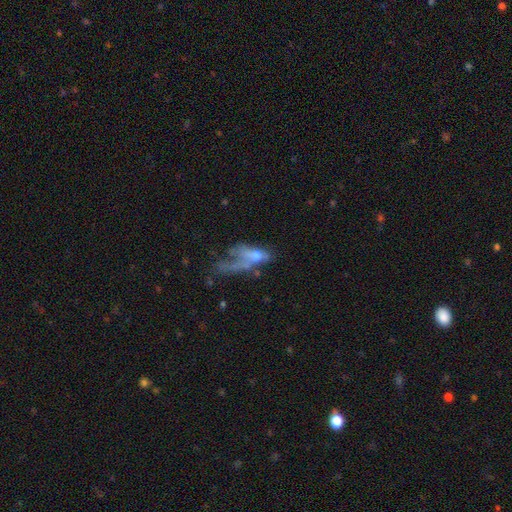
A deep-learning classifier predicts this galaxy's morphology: A featured or disk galaxy (49%).

Vote fractions:
- Smooth or featured? featured or disk: 49% / smooth: 40% / star or artifact: 12%
- Merging? major disturbance: 53% / merger: 18% / none: 16% / minor disturbance: 12%